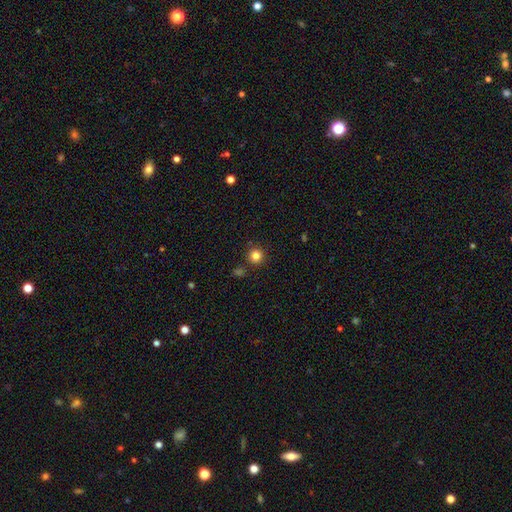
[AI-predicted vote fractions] The model was most divided on "smooth or featured": smooth: 82%, star or artifact: 13%, featured or disk: 5%. More confident: how rounded — round (95%); merging — none (88%).